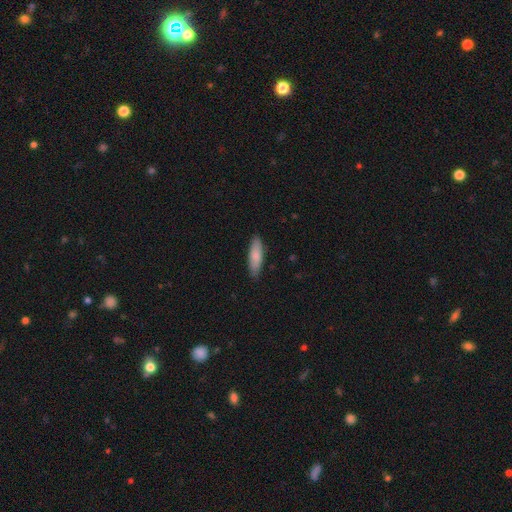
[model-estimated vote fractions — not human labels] smooth 83%, featured or disk 11%, star or artifact 5%. Down the decision tree: how rounded — cigar-shaped (57%); merging — none (87%).